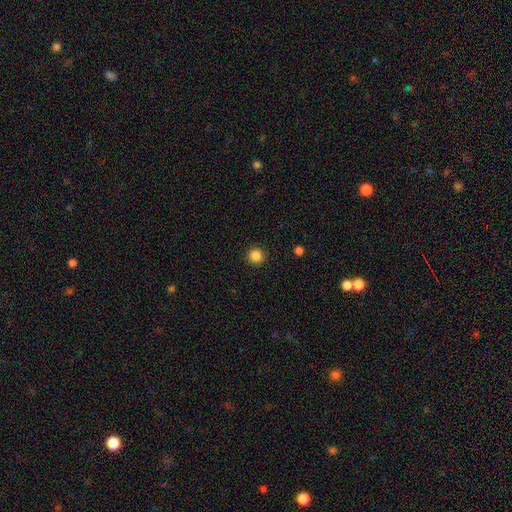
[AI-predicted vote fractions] Smooth or featured: smooth — 85% (star or artifact — 11%)
How rounded: round — 95% (in between — 4%)
Merging: none — 93% (minor disturbance — 5%)